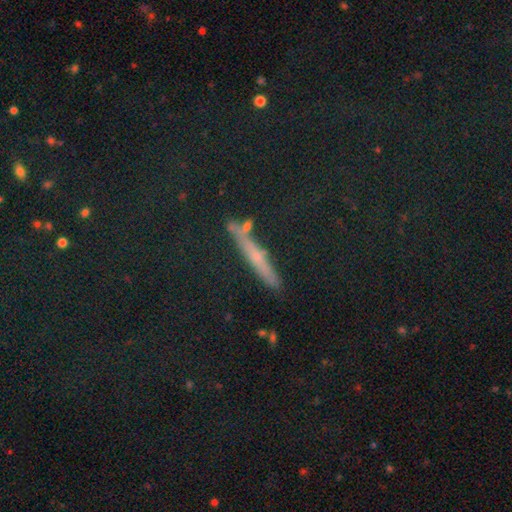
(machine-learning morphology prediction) A star or artifact, not a galaxy (37%, tied with smooth).